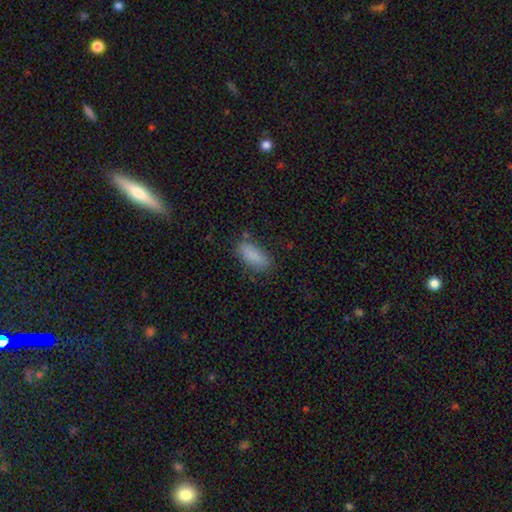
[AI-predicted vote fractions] Smooth or featured? smooth (86%)
How rounded? in between (73%)
Merging? none (79%)